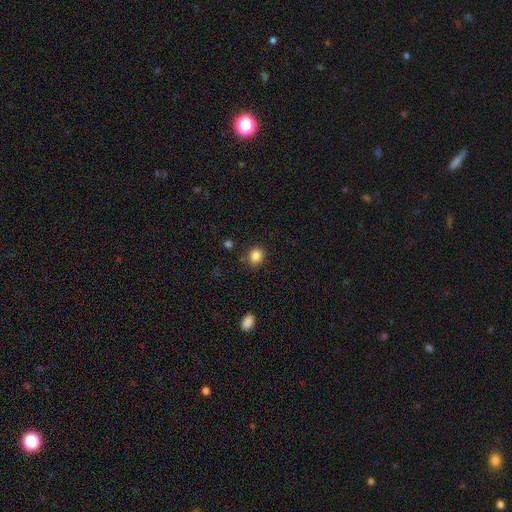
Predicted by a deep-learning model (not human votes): This appears to be a smooth galaxy with no disk features (85%) that is round (76%). Merging: none (84%).